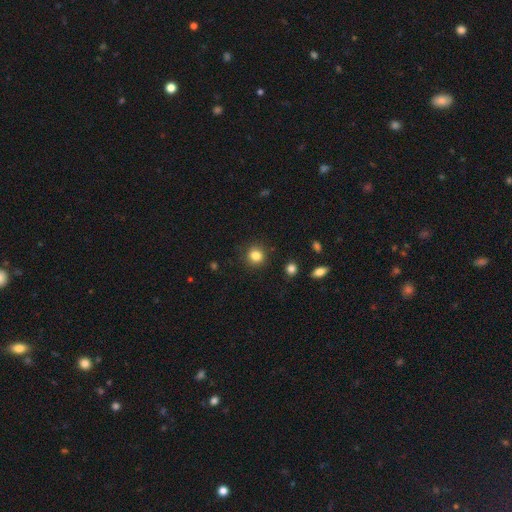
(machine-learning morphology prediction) Smooth or featured? Predicted: smooth (p=0.83). How rounded? Predicted: round (p=0.87). Merging? Predicted: none (p=0.89).